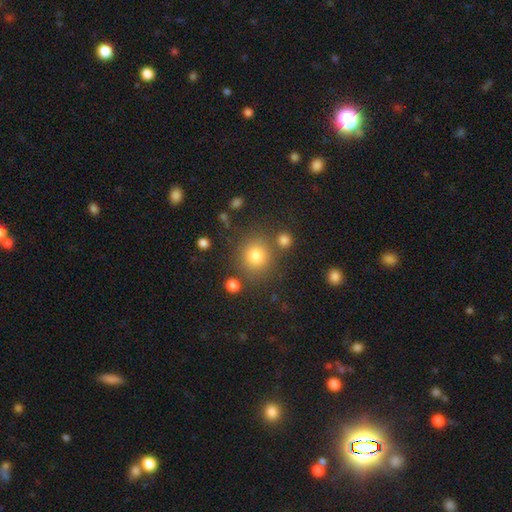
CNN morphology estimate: This is likely a smooth galaxy (79%). How rounded: clearly round (88%). Merging: likely none (78%).